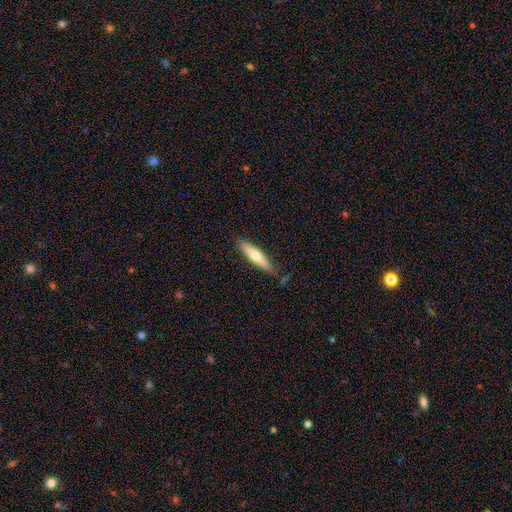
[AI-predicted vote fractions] Smooth or featured?
  - smooth: 56% *
  - featured or disk: 38%
  - star or artifact: 6%
How rounded?
  - cigar-shaped: 86% *
  - in between: 13%
  - round: 1%
Merging?
  - none: 84% *
  - minor disturbance: 12%
  - major disturbance: 2%
  - merger: 2%